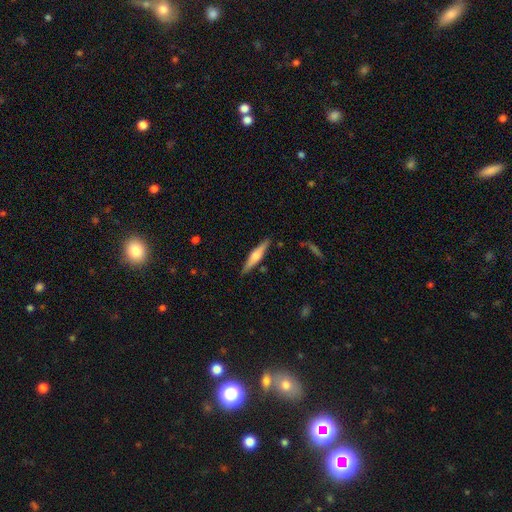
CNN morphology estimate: featured or disk 54%, smooth 40%, star or artifact 6%. Down the decision tree: edge-on disk — yes (96%); edge-on bulge — rounded (83%); merging — none (88%).